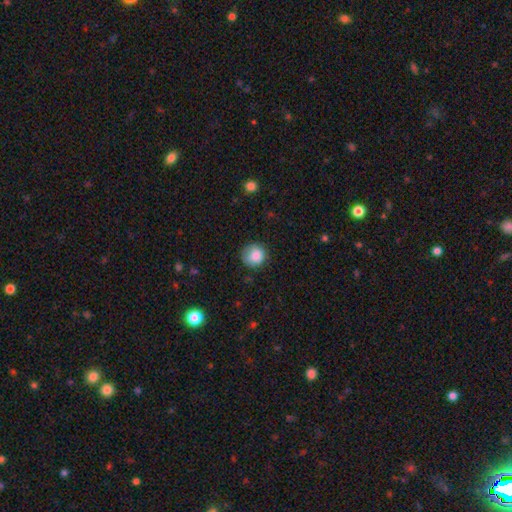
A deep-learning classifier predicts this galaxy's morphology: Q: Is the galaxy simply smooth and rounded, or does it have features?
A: smooth — 85%.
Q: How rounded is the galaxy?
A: round — 89%.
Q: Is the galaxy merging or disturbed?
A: none — 72%.